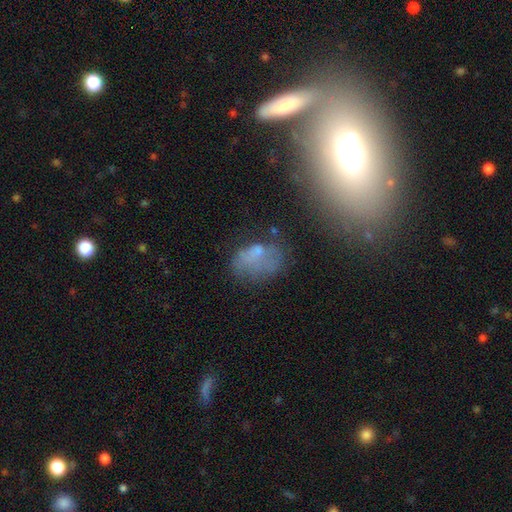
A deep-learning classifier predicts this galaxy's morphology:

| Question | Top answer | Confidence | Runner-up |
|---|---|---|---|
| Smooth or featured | smooth | 53% | featured or disk (29%) |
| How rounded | in between | 83% | round (14%) |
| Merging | none | 39% | major disturbance (26%) |